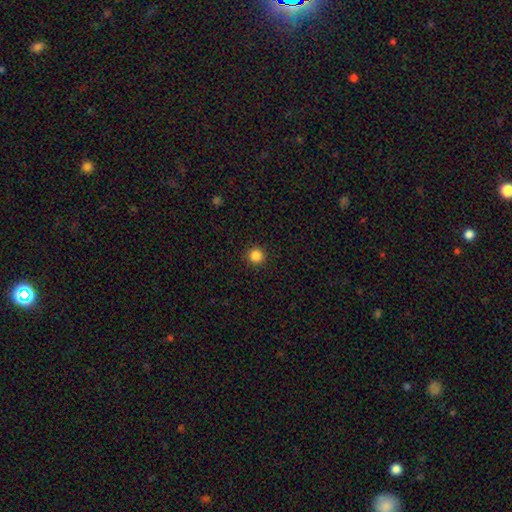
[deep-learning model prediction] smooth 86%, star or artifact 11%, featured or disk 3%. Down the decision tree: how rounded — round (95%); merging — none (93%).